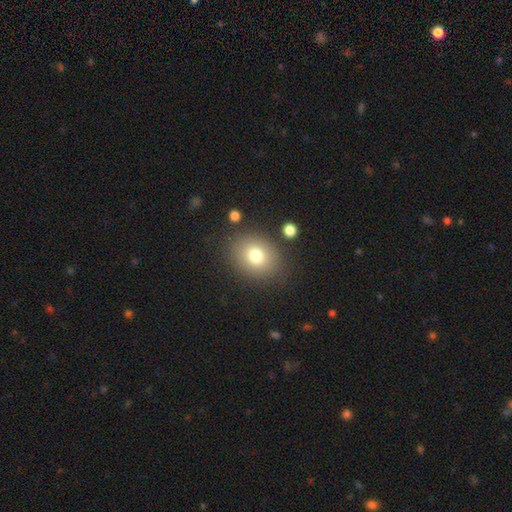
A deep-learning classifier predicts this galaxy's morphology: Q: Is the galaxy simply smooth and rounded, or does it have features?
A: smooth — 77%.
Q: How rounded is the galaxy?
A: round — 50%.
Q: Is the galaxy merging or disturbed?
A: none — 82%.